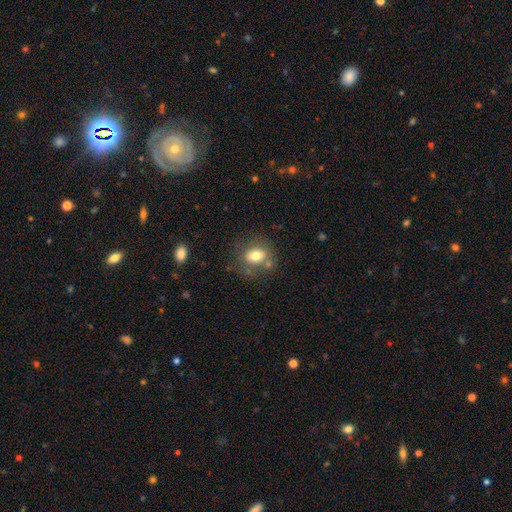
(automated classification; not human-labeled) Smooth or featured?
  - smooth: 71% *
  - featured or disk: 19%
  - star or artifact: 10%
How rounded?
  - in between: 52% *
  - round: 46%
  - cigar-shaped: 1%
Merging?
  - none: 63% *
  - minor disturbance: 17%
  - merger: 13%
  - major disturbance: 7%